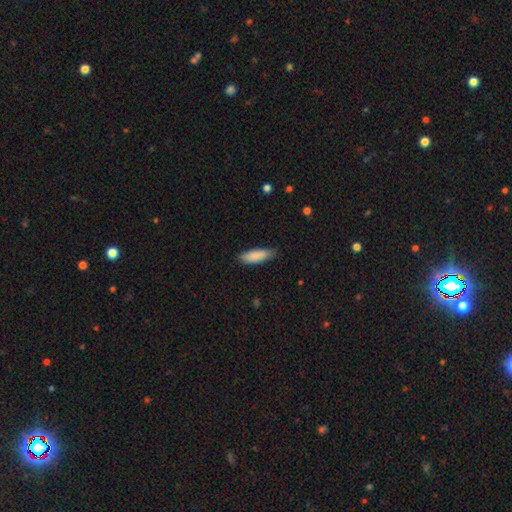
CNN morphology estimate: Smooth or featured? Predicted: smooth (p=0.88). How rounded? Predicted: in between (p=0.56). Merging? Predicted: none (p=0.78).